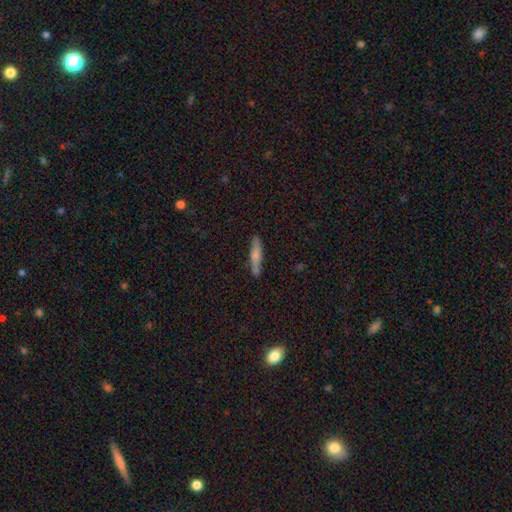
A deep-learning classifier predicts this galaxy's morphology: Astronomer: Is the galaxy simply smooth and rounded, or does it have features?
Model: smooth — 66%.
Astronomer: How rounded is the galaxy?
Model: cigar-shaped — 87%.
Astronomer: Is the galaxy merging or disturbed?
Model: none — 85%.